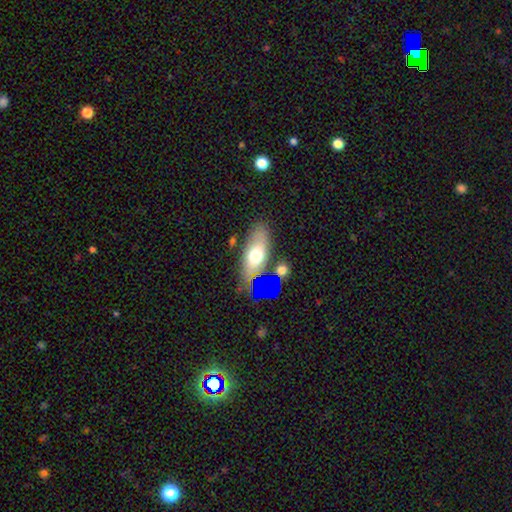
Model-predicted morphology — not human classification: Overall: smooth (60%; featured or disk 28%). How rounded: in between (75%). Merging: none (71%).